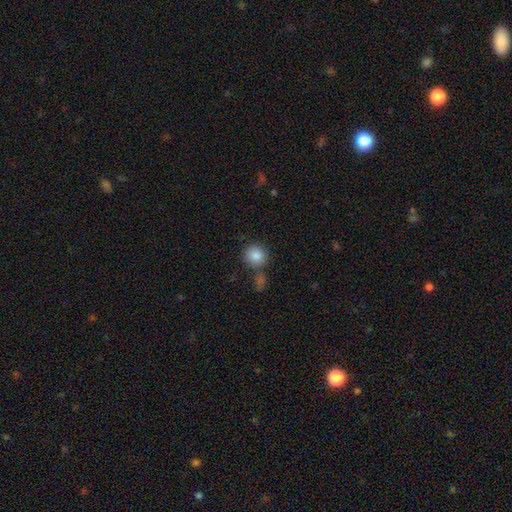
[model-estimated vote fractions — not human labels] Smooth or featured?
  - smooth: 86% *
  - star or artifact: 9%
  - featured or disk: 5%
How rounded?
  - round: 91% *
  - in between: 8%
  - cigar-shaped: 1%
Merging?
  - none: 71% *
  - merger: 15%
  - minor disturbance: 10%
  - major disturbance: 4%